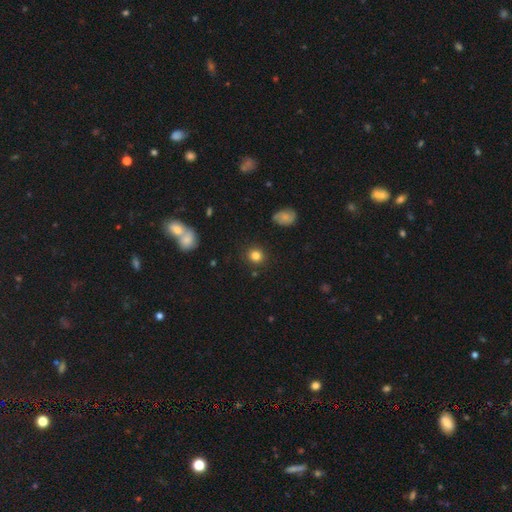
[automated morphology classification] Overall: smooth (82%). How rounded: round (88%). Merging: none (89%).